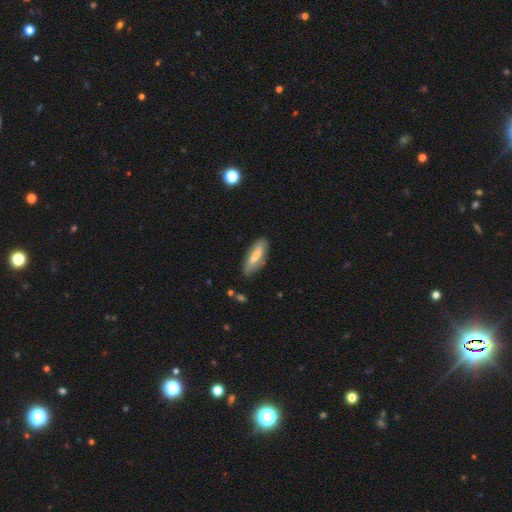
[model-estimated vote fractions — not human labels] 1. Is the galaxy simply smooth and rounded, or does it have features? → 64% smooth, 29% featured or disk, 6% star or artifact.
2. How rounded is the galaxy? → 51% in between, 47% cigar-shaped, 2% round.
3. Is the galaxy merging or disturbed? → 76% none, 18% minor disturbance, 4% major disturbance, 2% merger.